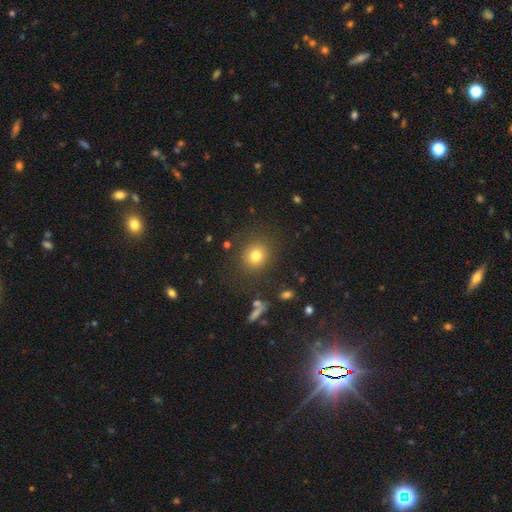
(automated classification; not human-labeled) Smooth or featured? smooth (78%)
How rounded? round (83%)
Merging? none (86%)